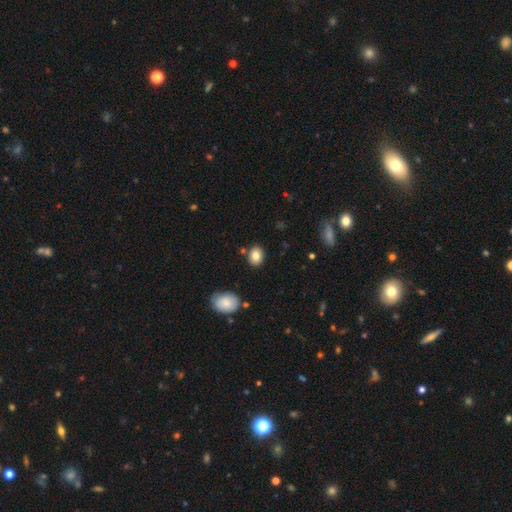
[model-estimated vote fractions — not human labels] Smooth or featured? smooth (83%)
How rounded? in between (61%)
Merging? none (84%)